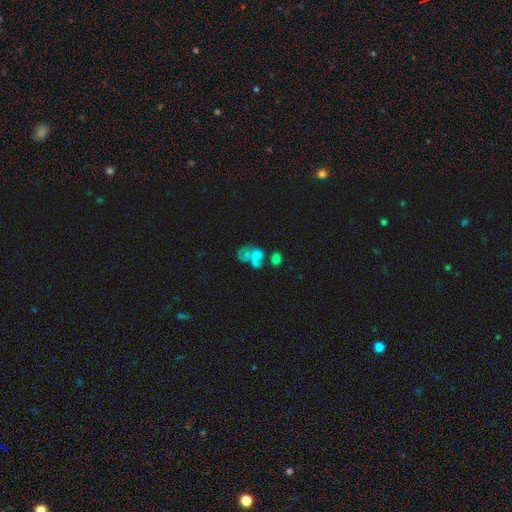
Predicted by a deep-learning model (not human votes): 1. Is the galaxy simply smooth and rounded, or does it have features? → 50% smooth, 35% featured or disk, 15% star or artifact.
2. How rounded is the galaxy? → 60% in between, 38% round, 1% cigar-shaped.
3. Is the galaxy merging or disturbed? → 41% merger, 26% major disturbance, 19% none, 13% minor disturbance.